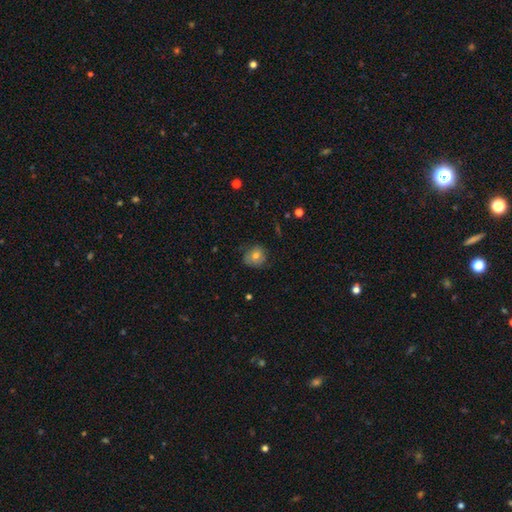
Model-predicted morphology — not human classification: type=smooth (72%); roundness=round (78%); merging=none (69%).